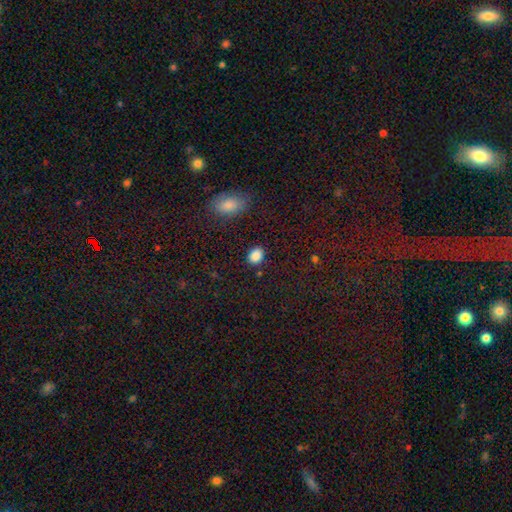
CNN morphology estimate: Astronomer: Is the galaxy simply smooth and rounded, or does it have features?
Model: smooth — 87%.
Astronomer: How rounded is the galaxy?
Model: in between — 58% (runner-up: round, 41%).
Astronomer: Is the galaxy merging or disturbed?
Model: none — 85%.